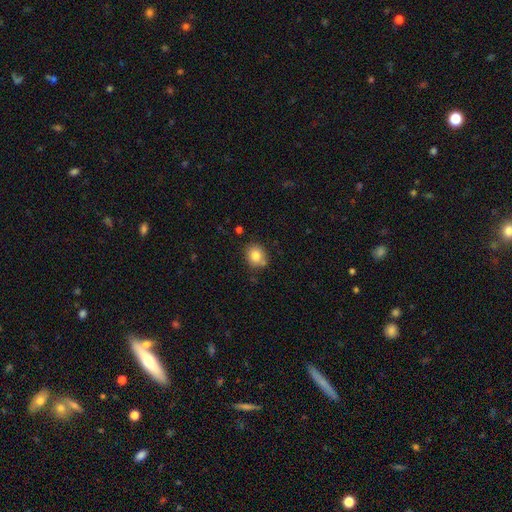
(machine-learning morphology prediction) This appears to be a smooth galaxy with no disk features (83%) that is round (72%). Merging: none (74%).